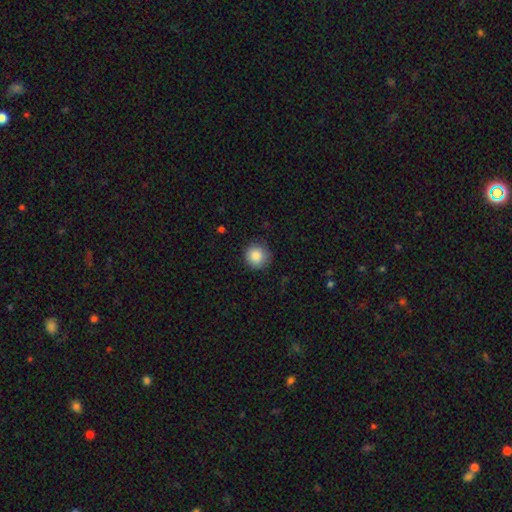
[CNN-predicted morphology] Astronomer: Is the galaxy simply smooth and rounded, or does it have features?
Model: smooth — 86%.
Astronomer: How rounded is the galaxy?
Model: round — 94%.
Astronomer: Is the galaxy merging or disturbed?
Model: none — 84%.